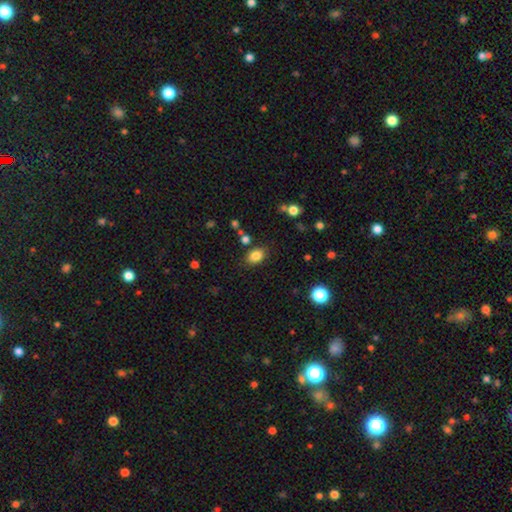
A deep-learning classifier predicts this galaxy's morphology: smooth_or_featured: smooth (p=0.84) [alt: star or artifact p=0.11]
how_rounded: in between (p=0.72) [alt: round p=0.27]
merging: none (p=0.82) [alt: minor disturbance p=0.11]